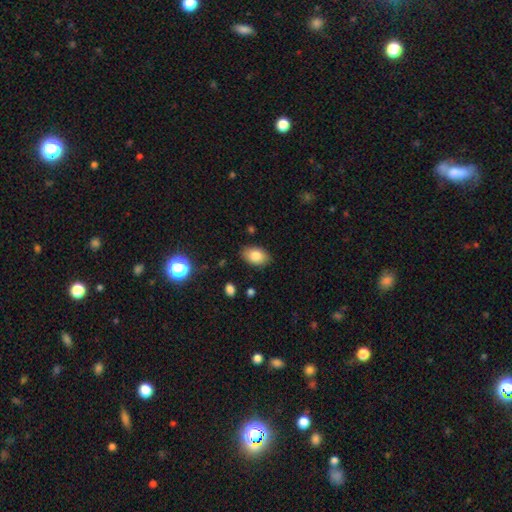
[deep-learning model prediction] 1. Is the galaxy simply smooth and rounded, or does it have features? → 82% smooth, 10% featured or disk, 8% star or artifact.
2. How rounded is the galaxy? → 88% in between, 11% round, 1% cigar-shaped.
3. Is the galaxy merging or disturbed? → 85% none, 11% minor disturbance, 2% major disturbance, 1% merger.